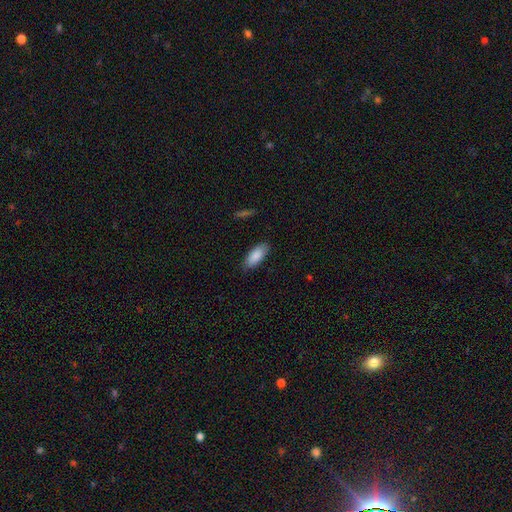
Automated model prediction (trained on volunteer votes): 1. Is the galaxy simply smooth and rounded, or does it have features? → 88% smooth, 6% featured or disk, 6% star or artifact.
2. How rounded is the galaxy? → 82% in between, 16% cigar-shaped, 2% round.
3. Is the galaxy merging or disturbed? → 85% none, 12% minor disturbance, 2% major disturbance, 1% merger.